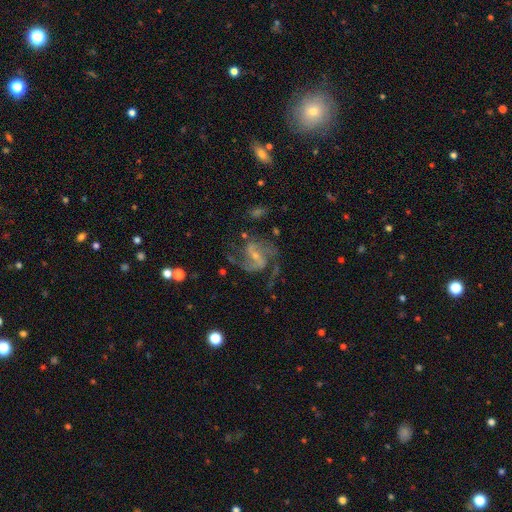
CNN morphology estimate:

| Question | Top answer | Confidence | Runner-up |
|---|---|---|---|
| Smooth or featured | featured or disk | 89% | star or artifact (6%) |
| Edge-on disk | no | 98% | yes (2%) |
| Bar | weak | 49% | strong (29%) |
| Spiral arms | yes | 97% | no (3%) |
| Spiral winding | medium | 57% | loose (28%) |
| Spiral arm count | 2 | 75% | 3 (12%) |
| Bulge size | small | 67% | moderate (26%) |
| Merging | none | 62% | minor disturbance (18%) |